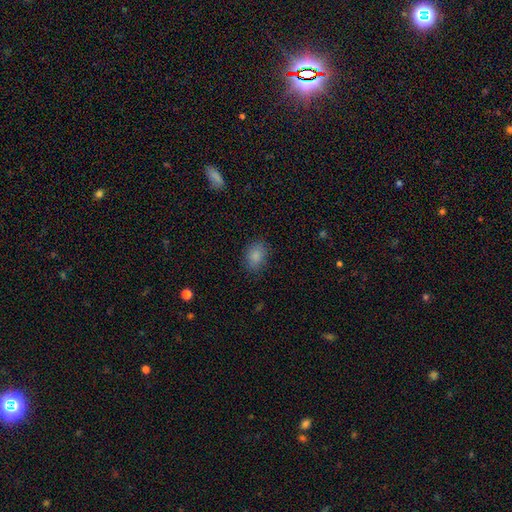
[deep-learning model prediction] Smooth or featured? Predicted: smooth (p=0.86). How rounded? Predicted: in between (p=0.71). Merging? Predicted: none (p=0.83).